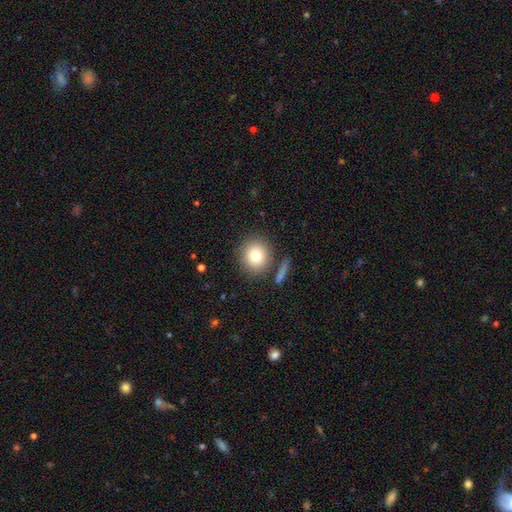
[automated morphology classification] Smooth or featured? Predicted: smooth (p=0.79). How rounded? Predicted: round (p=0.86). Merging? Predicted: none (p=0.81).